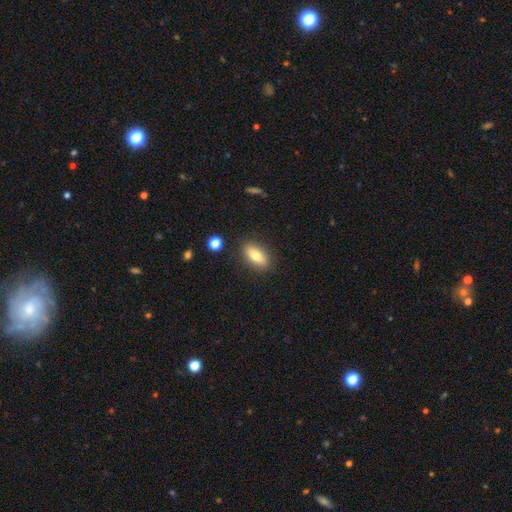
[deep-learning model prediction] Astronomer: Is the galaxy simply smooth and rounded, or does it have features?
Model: smooth — 76%.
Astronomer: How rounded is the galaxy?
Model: in between — 80%.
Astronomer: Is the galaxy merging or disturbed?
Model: none — 86%.